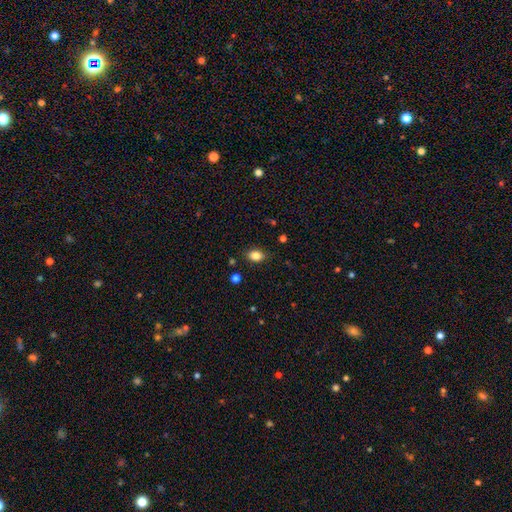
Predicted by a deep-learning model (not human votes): The model was most divided on "how rounded": in between: 79%, round: 20%, cigar-shaped: 1%. More confident: merging — none (85%); smooth or featured — smooth (84%).